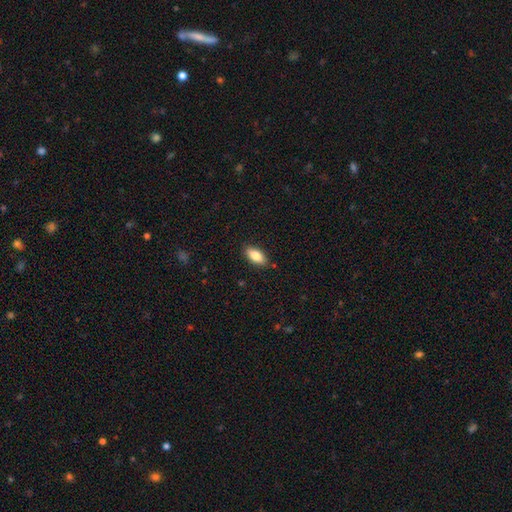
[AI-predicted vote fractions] Morphology: type=smooth (83%); roundness=in between (90%); merging=none (87%).